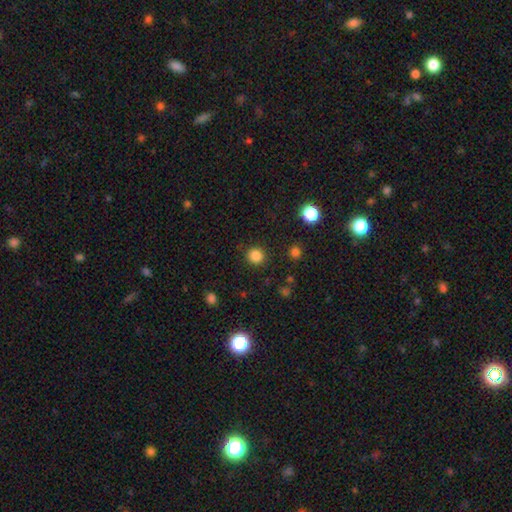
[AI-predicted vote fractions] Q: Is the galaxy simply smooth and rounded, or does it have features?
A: smooth — 84%.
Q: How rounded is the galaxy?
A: round — 91%.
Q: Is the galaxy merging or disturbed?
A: none — 89%.